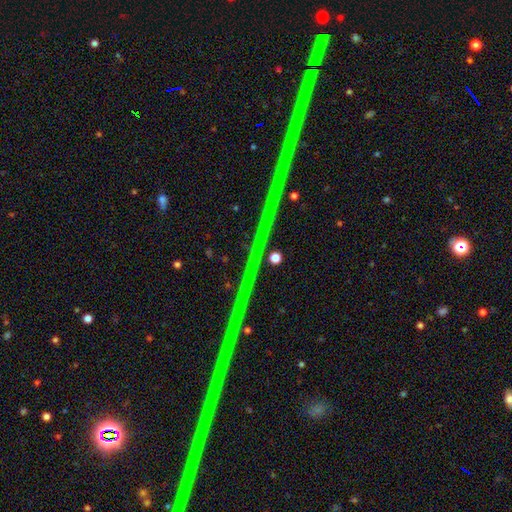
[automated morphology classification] Smooth or featured?
  - star or artifact: 88% *
  - featured or disk: 7%
  - smooth: 5%